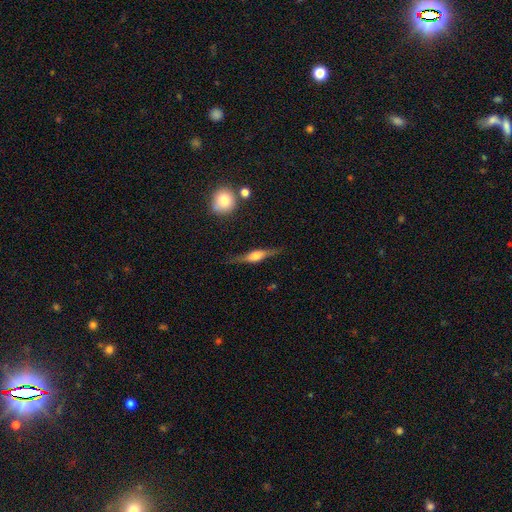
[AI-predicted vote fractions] This appears to be a featured or disk galaxy (70%) viewed edge-on (94%) with a rounded central bulge (85%). Merging: none (78%).